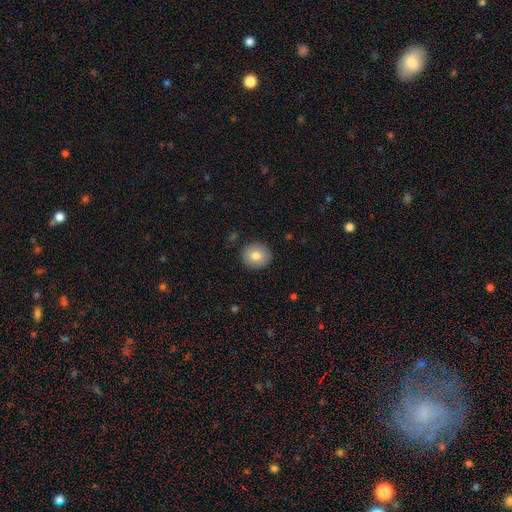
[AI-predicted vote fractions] Smooth or featured: smooth — 79% (featured or disk — 12%)
How rounded: round — 88% (in between — 11%)
Merging: none — 90% (minor disturbance — 7%)